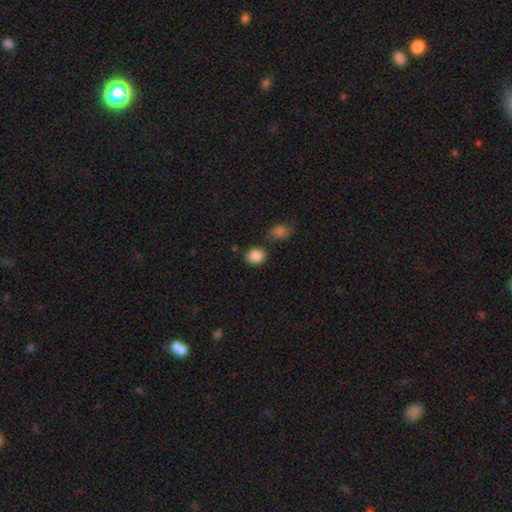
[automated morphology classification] Q: Smooth or featured?
A: smooth (87%); runner-up: star or artifact (9%)
Q: How rounded?
A: round (67%); runner-up: in between (32%)
Q: Merging?
A: none (75%); runner-up: minor disturbance (12%)